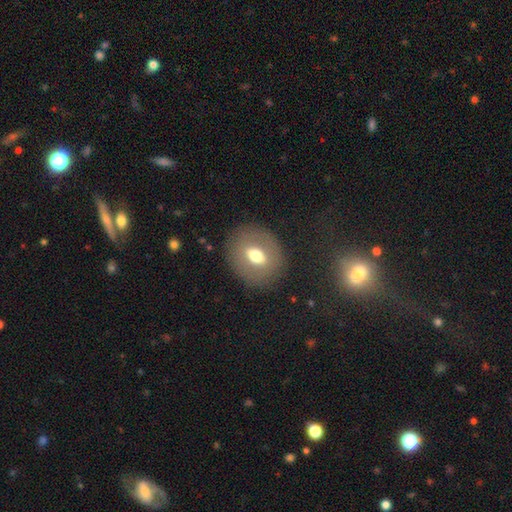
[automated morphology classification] Smooth or featured: smooth — 53% (featured or disk — 37%)
How rounded: in between — 52% (round — 46%)
Merging: none — 82% (minor disturbance — 11%)